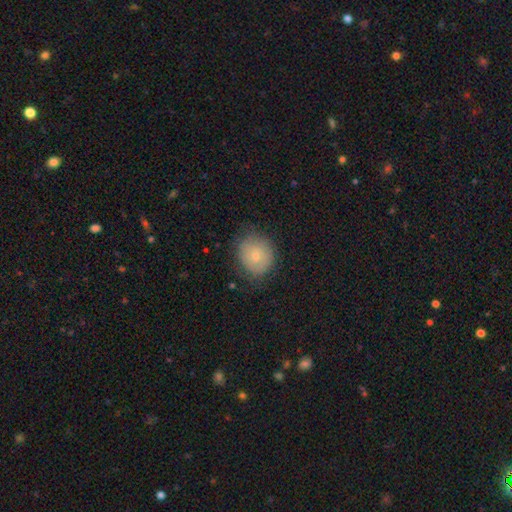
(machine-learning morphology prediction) This appears to be a smooth galaxy with no disk features (68%) that is round (77%). Merging: none (69%).